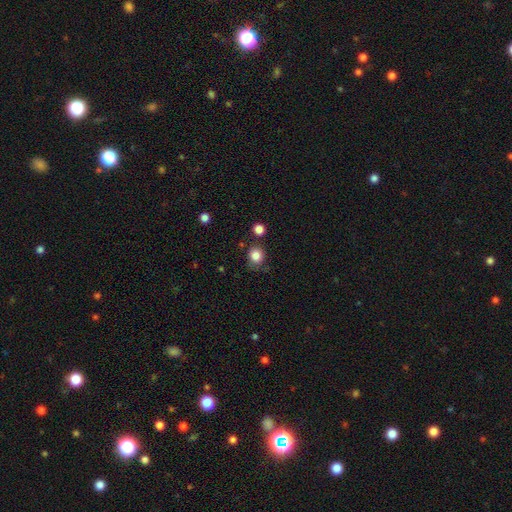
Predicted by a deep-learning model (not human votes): Overall: smooth (83%). How rounded: round (81%). Merging: none (75%).